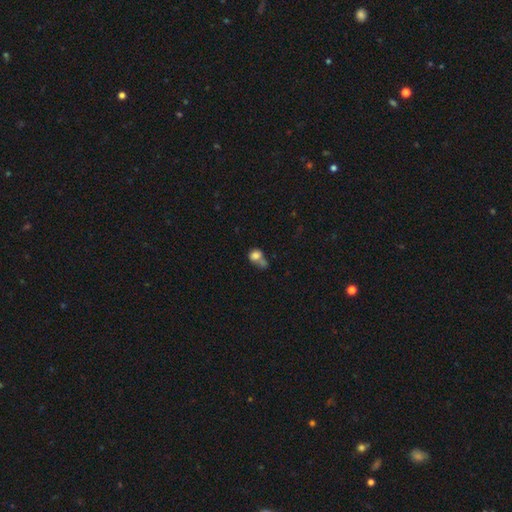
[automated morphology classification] This is likely a smooth galaxy (77%). How rounded: likely round (62%). Merging: possibly merger (45%).